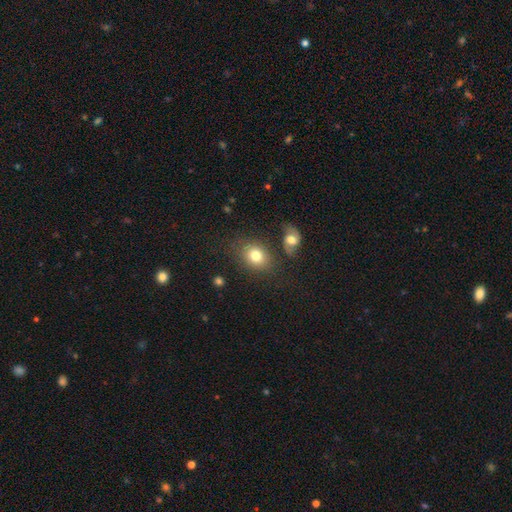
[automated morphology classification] This is likely a smooth galaxy (78%). How rounded: possibly in between (59%). Merging: likely none (73%).